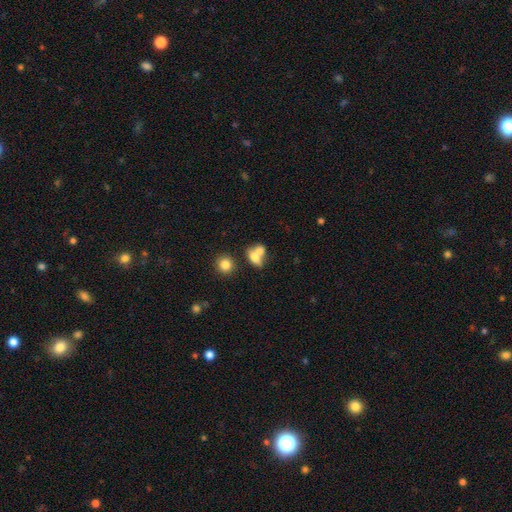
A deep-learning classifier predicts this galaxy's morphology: type=smooth (70%); roundness=in between (69%); merging=merger (61%).